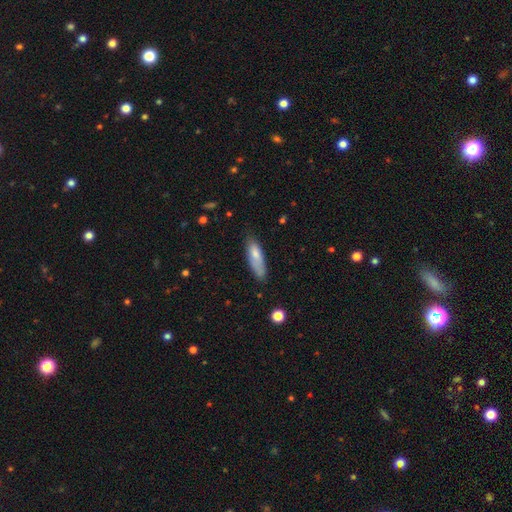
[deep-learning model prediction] smooth 77%, featured or disk 16%, star or artifact 6%. Down the decision tree: how rounded — cigar-shaped (52%); merging — none (66%).